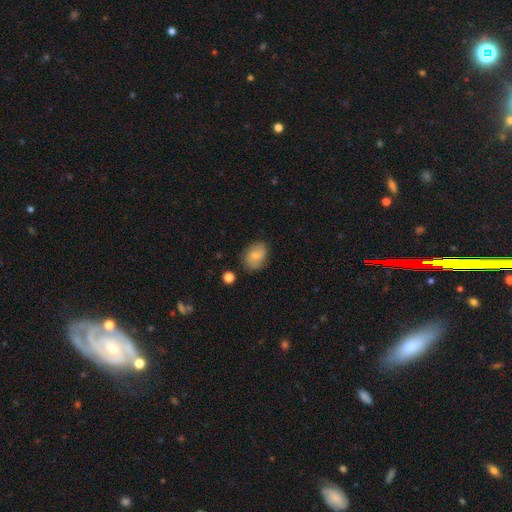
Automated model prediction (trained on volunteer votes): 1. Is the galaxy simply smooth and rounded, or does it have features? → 69% smooth, 22% featured or disk, 8% star or artifact.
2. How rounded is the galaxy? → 73% in between, 26% round, 1% cigar-shaped.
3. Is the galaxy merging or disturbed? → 78% none, 15% minor disturbance, 4% major disturbance, 3% merger.